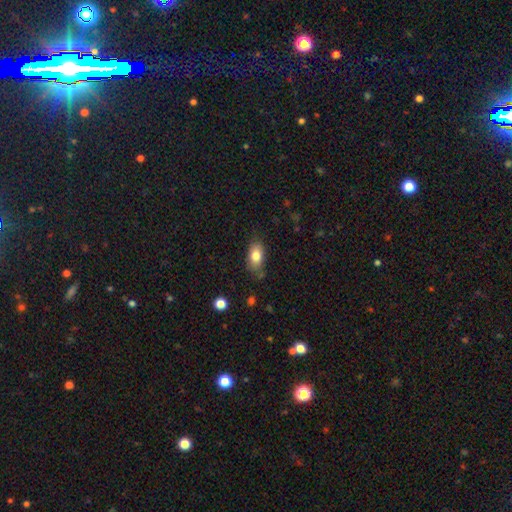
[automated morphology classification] This appears to be a smooth galaxy with no disk features (80%) that is in between round and cigar-shaped (88%). Merging: none (76%).